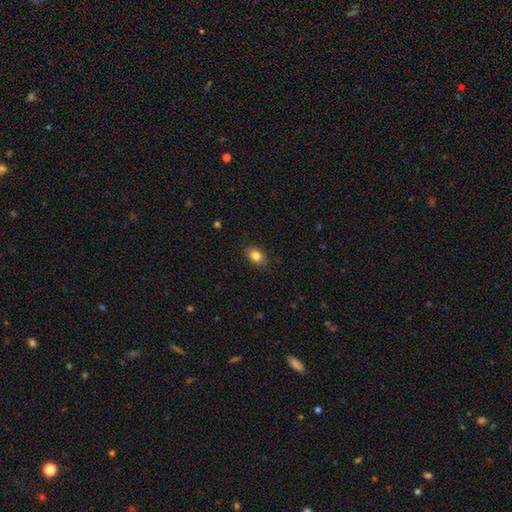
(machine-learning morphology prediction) A smooth galaxy with no disk features (84%) that is in between round and cigar-shaped (79%).

Vote fractions:
- Smooth or featured? smooth: 84% / star or artifact: 9% / featured or disk: 7%
- How rounded? in between: 79% / round: 20% / cigar-shaped: 1%
- Merging? none: 87% / minor disturbance: 10% / major disturbance: 2% / merger: 1%